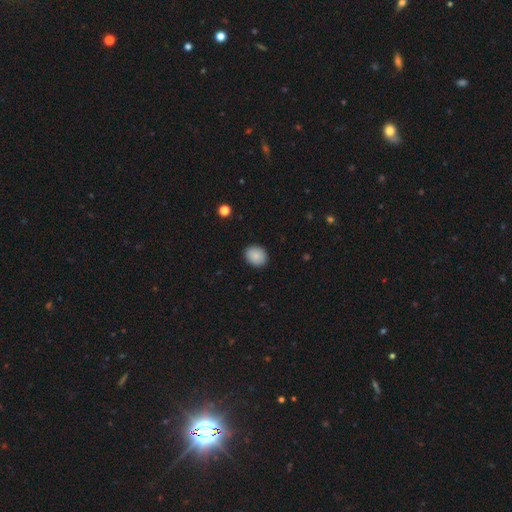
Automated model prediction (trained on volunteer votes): This is clearly a smooth galaxy (88%). How rounded: possibly round (59%). Merging: clearly none (90%).